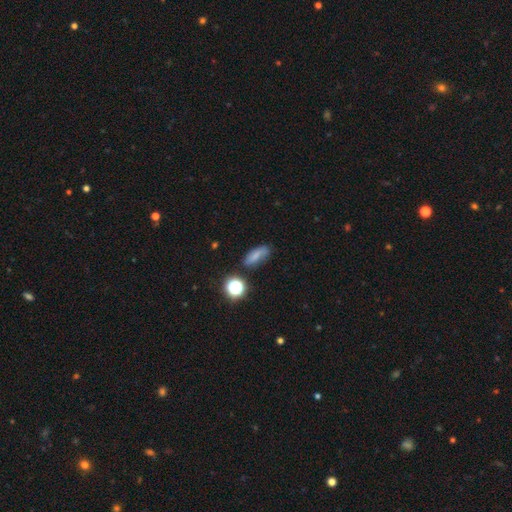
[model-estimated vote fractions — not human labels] A smooth galaxy with no disk features (67%) that is in between round and cigar-shaped (70%).

Vote fractions:
- Smooth or featured? smooth: 67% / featured or disk: 18% / star or artifact: 15%
- How rounded? in between: 70% / cigar-shaped: 20% / round: 10%
- Merging? none: 67% / minor disturbance: 22% / major disturbance: 7% / merger: 5%